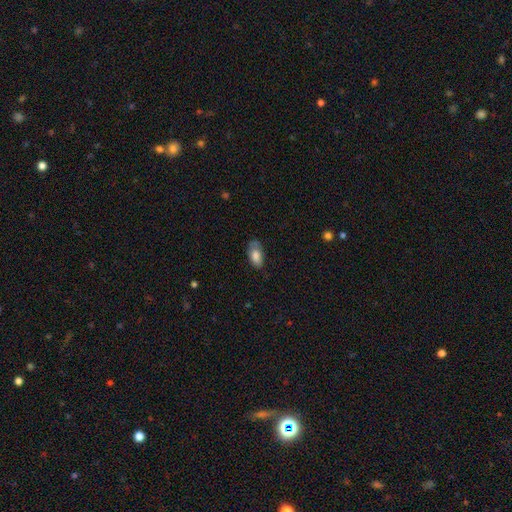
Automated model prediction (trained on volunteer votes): Smooth or featured?
  - smooth: 81% *
  - featured or disk: 12%
  - star or artifact: 8%
How rounded?
  - in between: 91% *
  - round: 5%
  - cigar-shaped: 4%
Merging?
  - none: 59% *
  - minor disturbance: 30%
  - major disturbance: 9%
  - merger: 2%